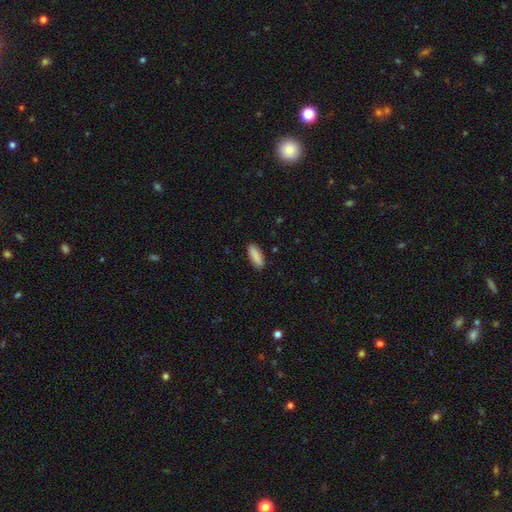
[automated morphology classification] A smooth galaxy with no disk features (89%) that is in between round and cigar-shaped (61%). Merging: none (89%).